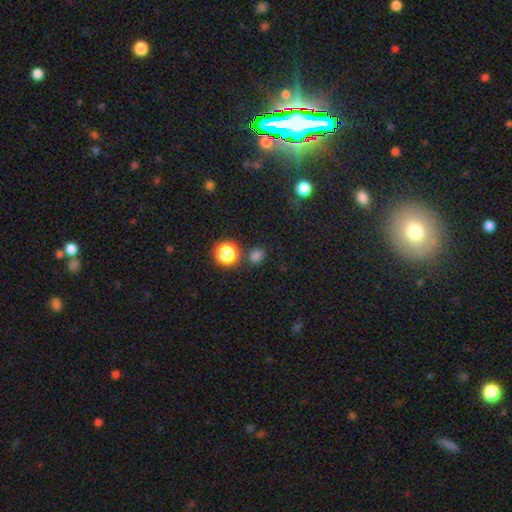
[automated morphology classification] Smooth or featured? smooth (72%)
How rounded? round (74%)
Merging? none (80%)